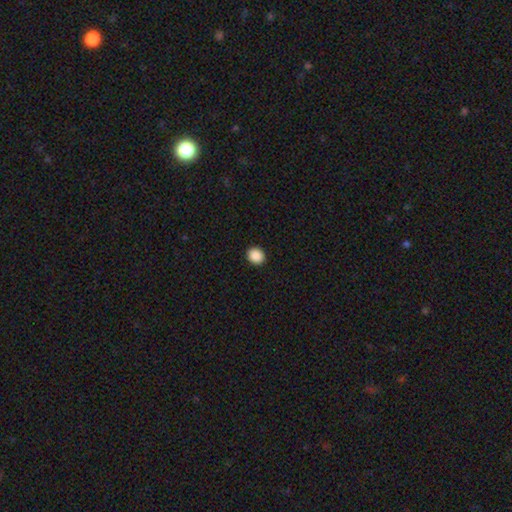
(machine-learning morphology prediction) smooth 89%, star or artifact 9%, featured or disk 2%. Down the decision tree: how rounded — round (81%); merging — none (93%).